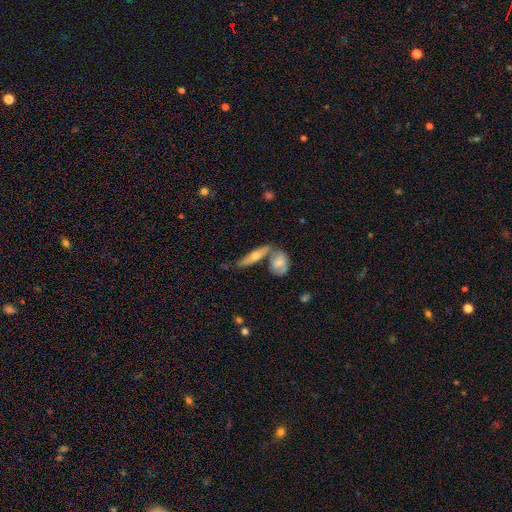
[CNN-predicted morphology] type=featured or disk (57%); edge-on=yes (83%); merging=none (54%).